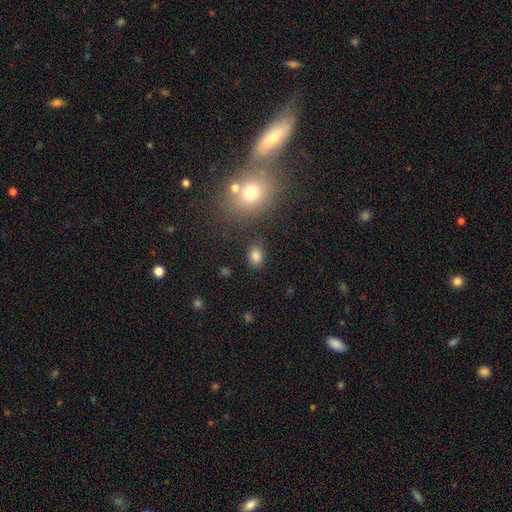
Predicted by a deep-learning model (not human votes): Smooth or featured: smooth — 83% (star or artifact — 12%)
How rounded: in between — 69% (round — 29%)
Merging: none — 79% (minor disturbance — 12%)